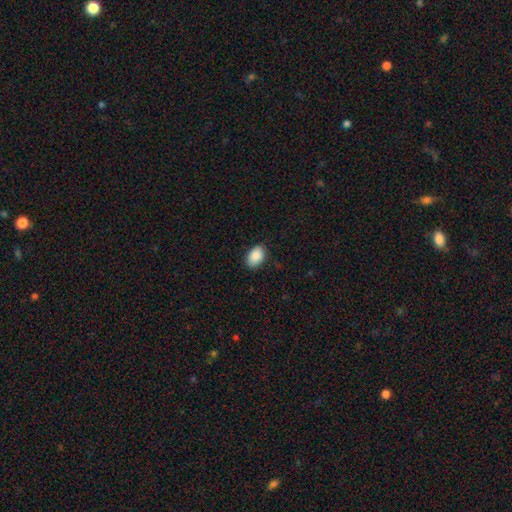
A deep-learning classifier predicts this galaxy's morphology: Smooth or featured? smooth (89%)
How rounded? in between (88%)
Merging? none (85%)